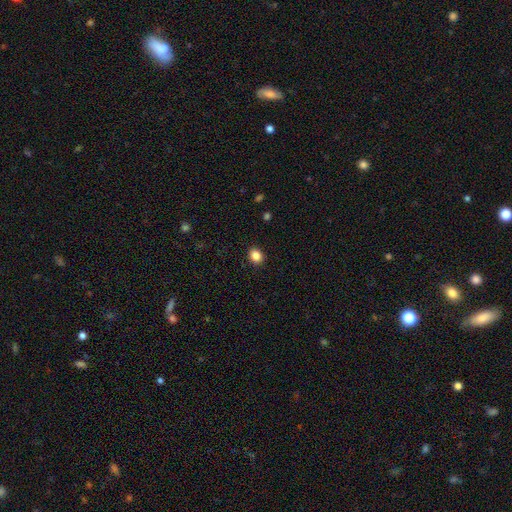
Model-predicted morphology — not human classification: smooth-or-featured: smooth: 86% | star or artifact: 10% | featured or disk: 4%
  how-rounded: round: 53% | in between: 46% | cigar-shaped: 1%
  merging: none: 91% | minor disturbance: 7% | major disturbance: 2% | merger: 1%